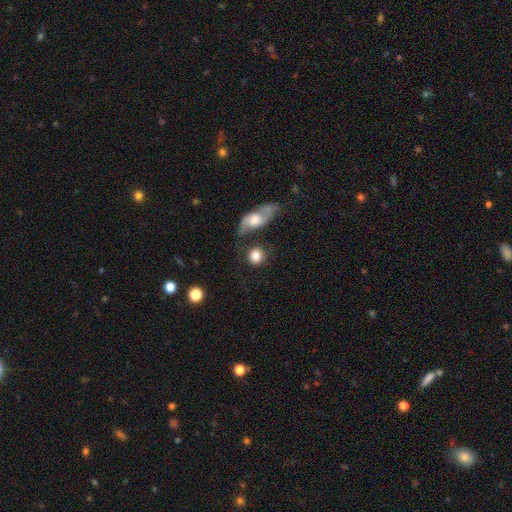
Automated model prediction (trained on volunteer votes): The model was most divided on "merging": none: 69%, minor disturbance: 13%, merger: 13%, major disturbance: 6%. More confident: how rounded — round (85%); smooth or featured — smooth (81%).